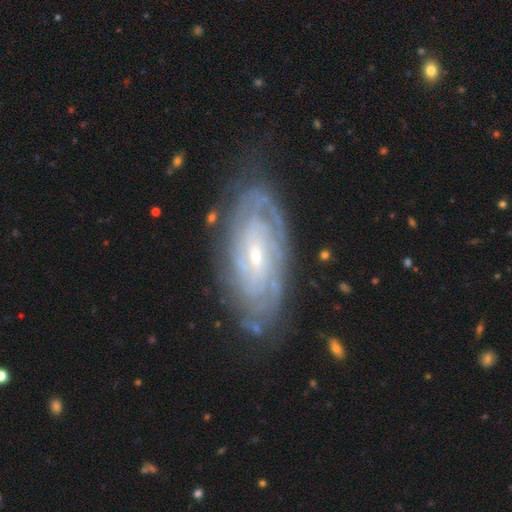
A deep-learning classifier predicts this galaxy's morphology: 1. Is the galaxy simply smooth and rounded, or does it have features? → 86% featured or disk, 8% smooth, 5% star or artifact.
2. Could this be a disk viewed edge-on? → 92% no, 8% yes.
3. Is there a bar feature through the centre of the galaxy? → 48% no, 39% weak, 14% strong.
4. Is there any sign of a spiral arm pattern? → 96% yes, 4% no.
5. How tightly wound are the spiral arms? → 81% tight, 16% medium, 3% loose.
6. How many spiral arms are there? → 42% can't tell, 16% 2, 15% 4, 14% 3, 9% more than 4, 5% 1.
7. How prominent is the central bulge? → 66% small, 31% moderate, 1% large, 1% none, 1% dominant.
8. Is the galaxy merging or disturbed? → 77% none, 17% minor disturbance, 5% major disturbance, 2% merger.